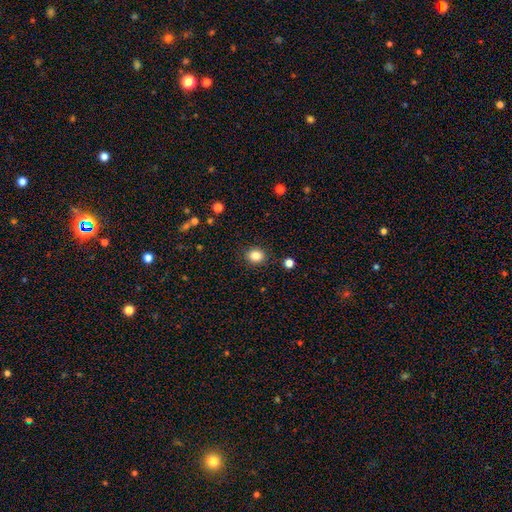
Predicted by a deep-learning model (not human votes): smooth_or_featured: smooth (p=0.84) [alt: star or artifact p=0.11]
how_rounded: round (p=0.74) [alt: in between p=0.25]
merging: none (p=0.89) [alt: minor disturbance p=0.07]